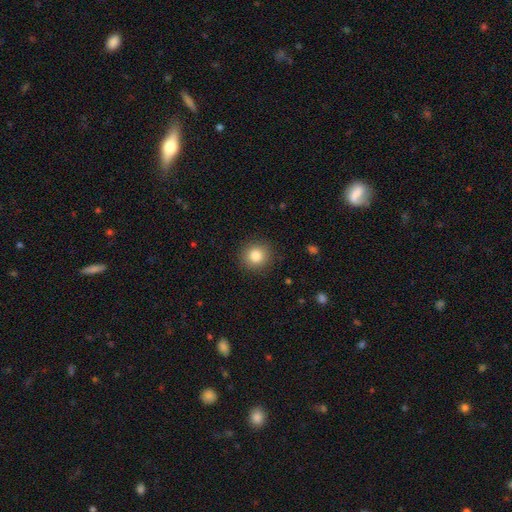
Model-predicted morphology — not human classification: This appears to be a smooth galaxy with no disk features (84%) that is round (92%). Merging: none (90%).